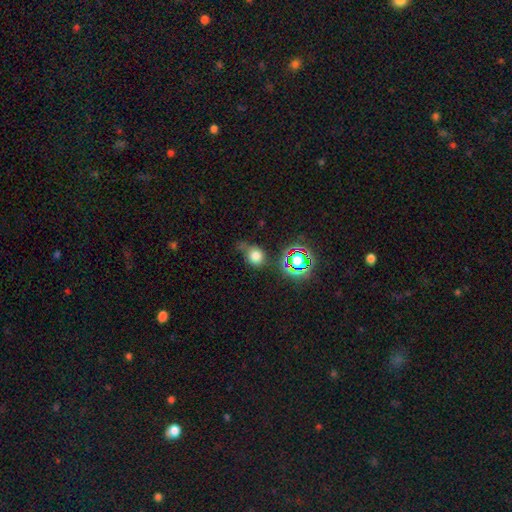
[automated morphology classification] Overall: smooth (70%). How rounded: round (72%). Merging: none (51%; minor disturbance 27%).